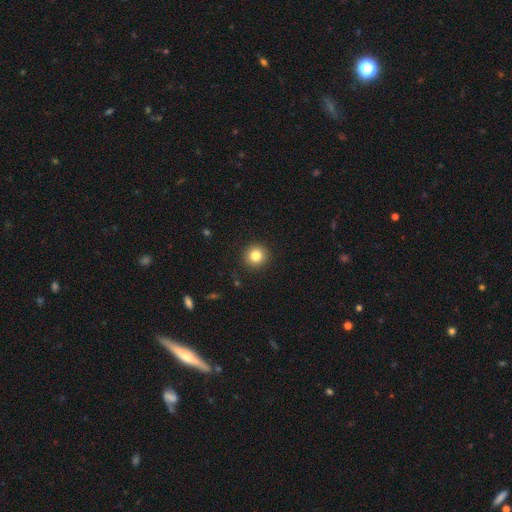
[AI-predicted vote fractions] The model was most divided on "smooth or featured": smooth: 82%, star or artifact: 11%, featured or disk: 7%. More confident: how rounded — round (94%); merging — none (92%).